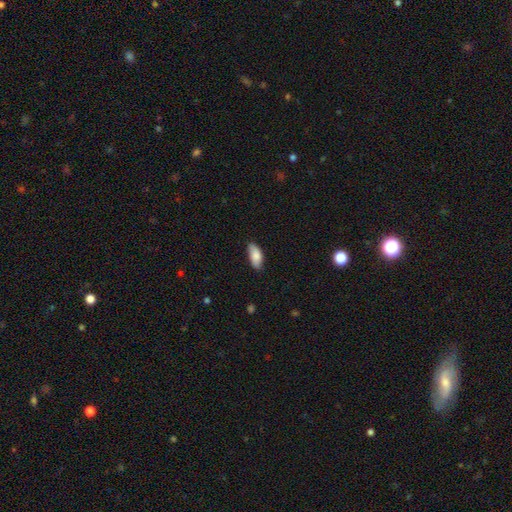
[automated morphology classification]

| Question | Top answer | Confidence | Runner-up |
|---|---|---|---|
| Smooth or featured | smooth | 83% | featured or disk (11%) |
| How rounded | in between | 87% | cigar-shaped (11%) |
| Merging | none | 81% | minor disturbance (15%) |